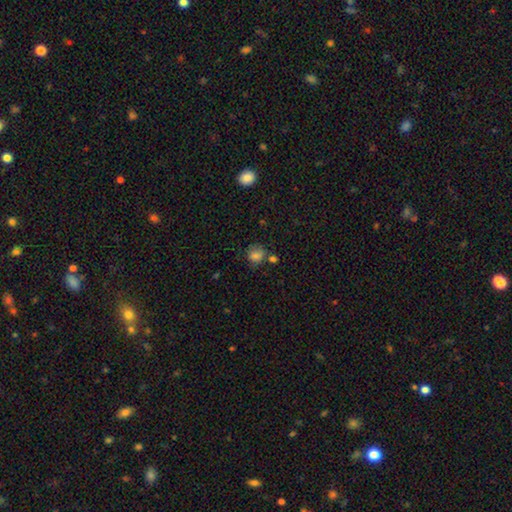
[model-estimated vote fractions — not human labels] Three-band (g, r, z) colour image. It shows a smooth galaxy with no disk features (79%) that is round (76%). Merging: none (60%).